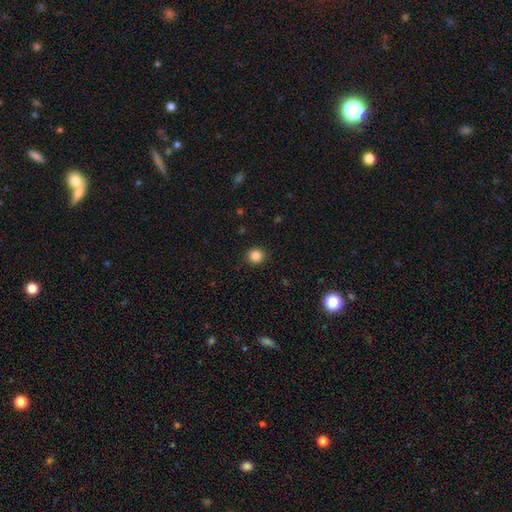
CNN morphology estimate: Smooth or featured?
  - smooth: 85% *
  - star or artifact: 11%
  - featured or disk: 4%
How rounded?
  - round: 92% *
  - in between: 7%
  - cigar-shaped: 1%
Merging?
  - none: 91% *
  - minor disturbance: 6%
  - major disturbance: 2%
  - merger: 1%